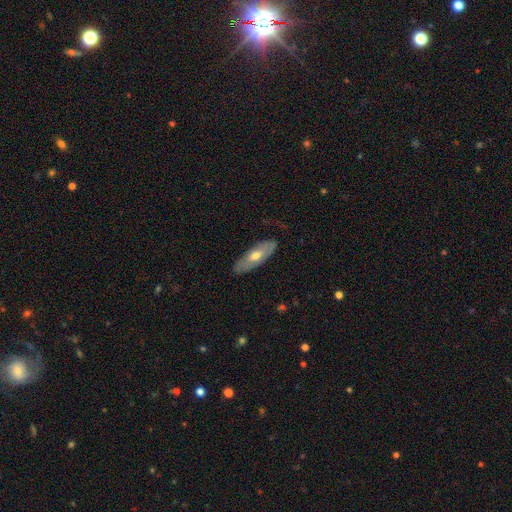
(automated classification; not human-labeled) This is possibly a featured or disk galaxy (48%). Merging: clearly none (82%).